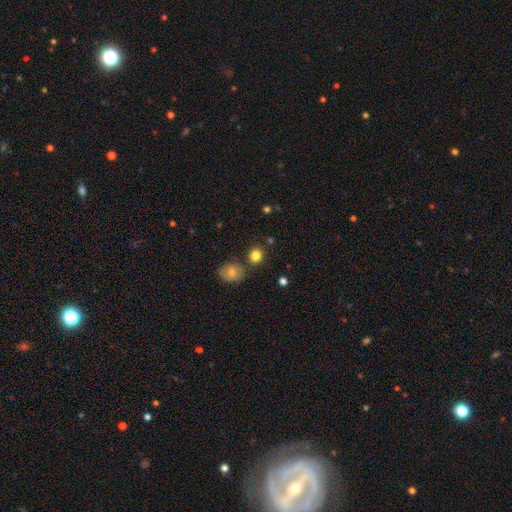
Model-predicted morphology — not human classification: Overall: smooth (83%). How rounded: round (81%). Merging: none (79%).